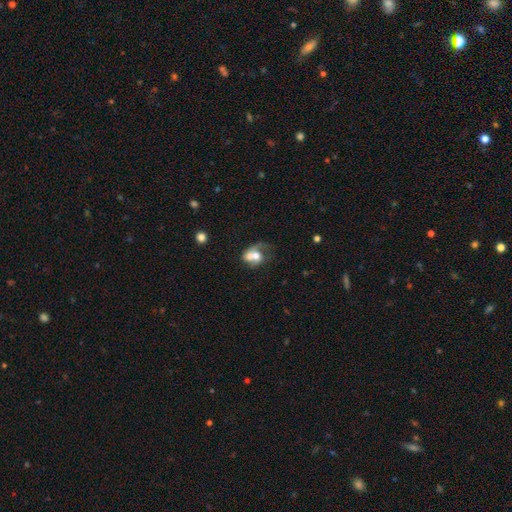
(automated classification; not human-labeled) Smooth or featured? Predicted: smooth (p=0.46). Merging? Predicted: merger (p=0.43).